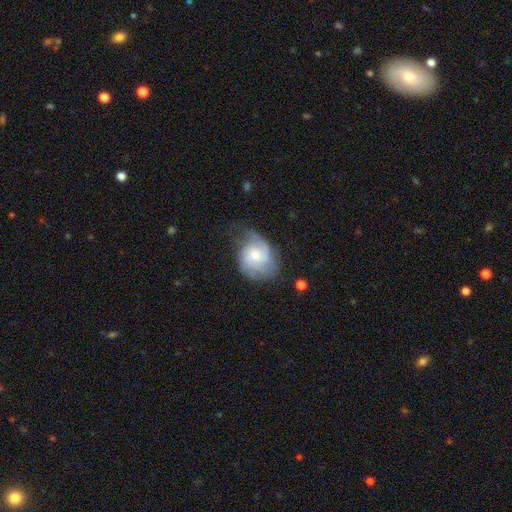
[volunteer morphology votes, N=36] Q: Smooth or featured?
A: smooth (53%); runner-up: featured or disk (47%)
Q: How rounded?
A: round (63%); runner-up: in between (32%)
Q: Merging?
A: major disturbance (36%); runner-up: none (33%)